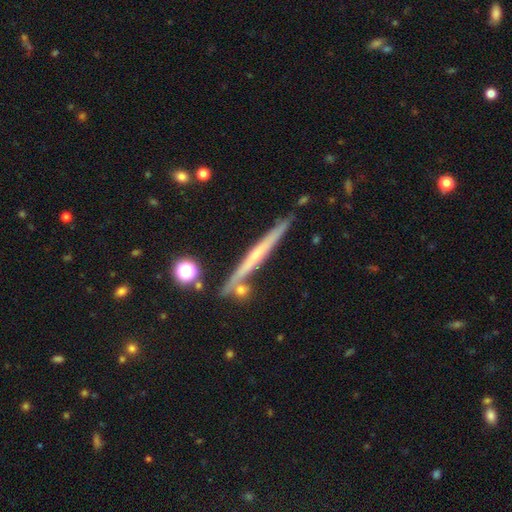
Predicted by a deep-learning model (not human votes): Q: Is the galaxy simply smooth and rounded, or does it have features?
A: featured or disk — 65%.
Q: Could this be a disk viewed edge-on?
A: yes — 97%.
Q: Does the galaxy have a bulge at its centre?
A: none — 58%.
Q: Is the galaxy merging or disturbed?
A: none — 83%.